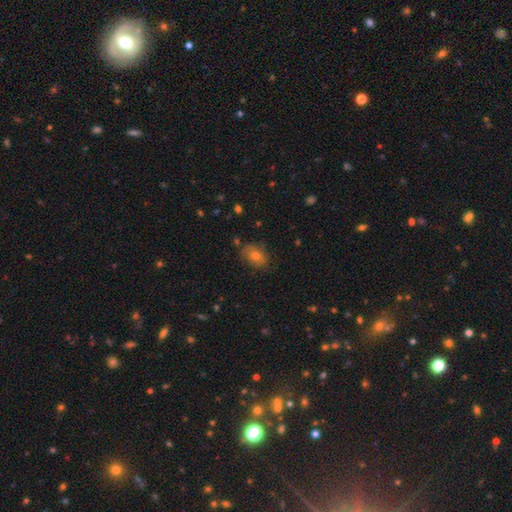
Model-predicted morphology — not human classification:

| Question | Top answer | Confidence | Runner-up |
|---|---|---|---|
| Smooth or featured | smooth | 60% | featured or disk (24%) |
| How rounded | in between | 66% | round (33%) |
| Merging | none | 76% | minor disturbance (18%) |